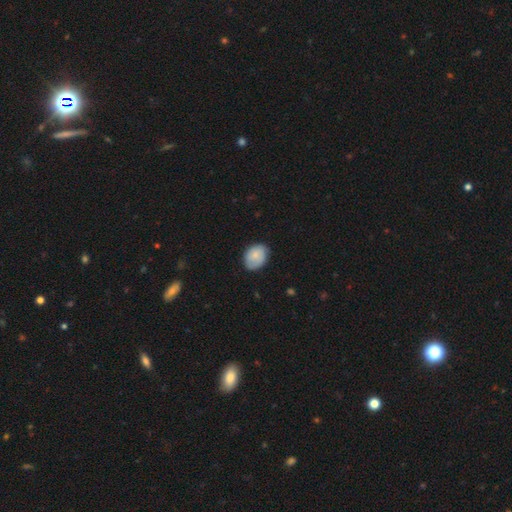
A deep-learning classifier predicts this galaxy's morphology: Smooth or featured? Predicted: smooth (p=0.78). How rounded? Predicted: in between (p=0.68). Merging? Predicted: none (p=0.75).